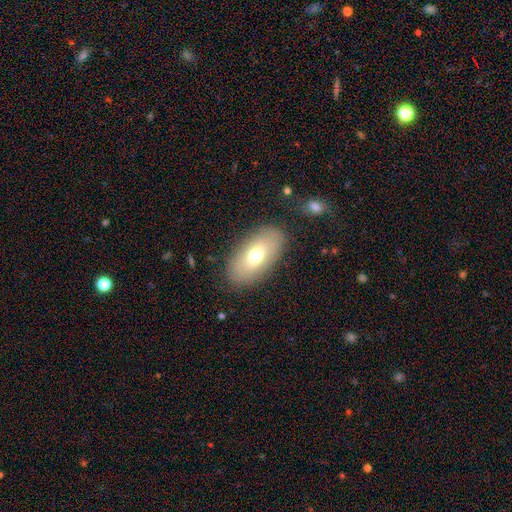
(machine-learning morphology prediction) smooth 66%, featured or disk 26%, star or artifact 9%. Down the decision tree: how rounded — in between (91%); merging — none (85%).